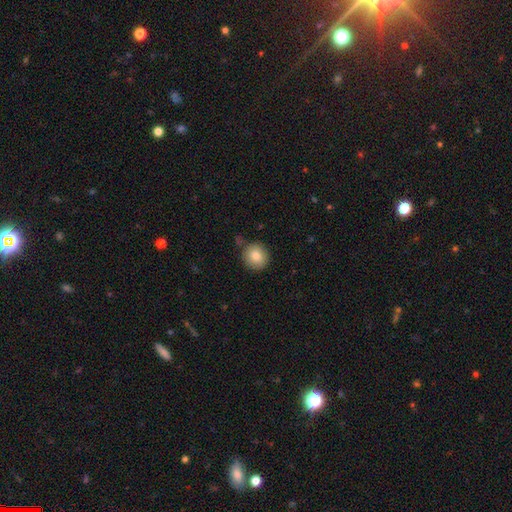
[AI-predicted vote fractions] smooth_or_featured: smooth (p=0.84) [alt: star or artifact p=0.08]
how_rounded: round (p=0.90) [alt: in between p=0.09]
merging: none (p=0.83) [alt: minor disturbance p=0.11]